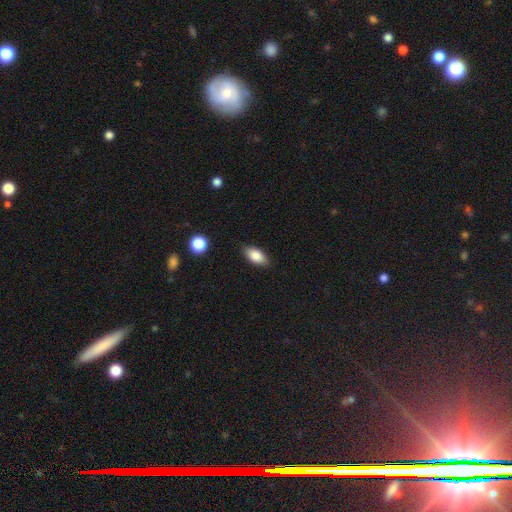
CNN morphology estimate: Smooth or featured?
  - smooth: 84% *
  - featured or disk: 9%
  - star or artifact: 7%
How rounded?
  - in between: 91% *
  - cigar-shaped: 5%
  - round: 4%
Merging?
  - none: 86% *
  - minor disturbance: 11%
  - major disturbance: 2%
  - merger: 1%